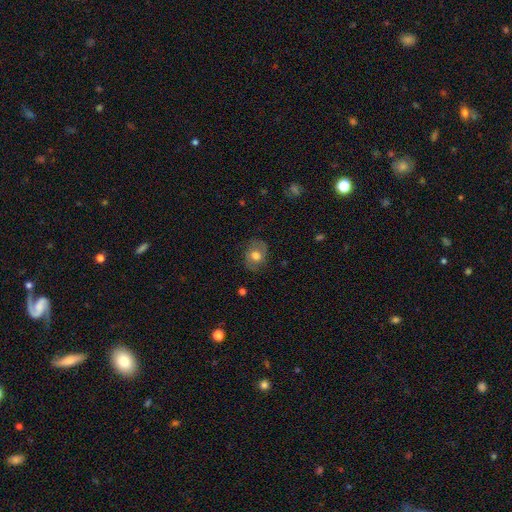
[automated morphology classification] Smooth or featured? Predicted: smooth (p=0.57). How rounded? Predicted: in between (p=0.51). Merging? Predicted: none (p=0.74).